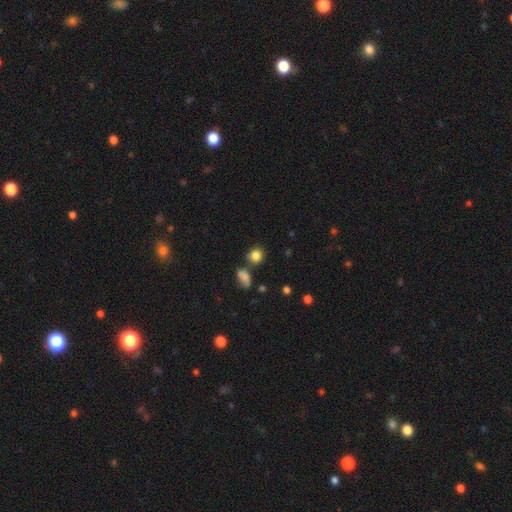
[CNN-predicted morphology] Q: Smooth or featured?
A: smooth (83%); runner-up: star or artifact (11%)
Q: How rounded?
A: round (71%); runner-up: in between (28%)
Q: Merging?
A: none (65%); runner-up: merger (16%)